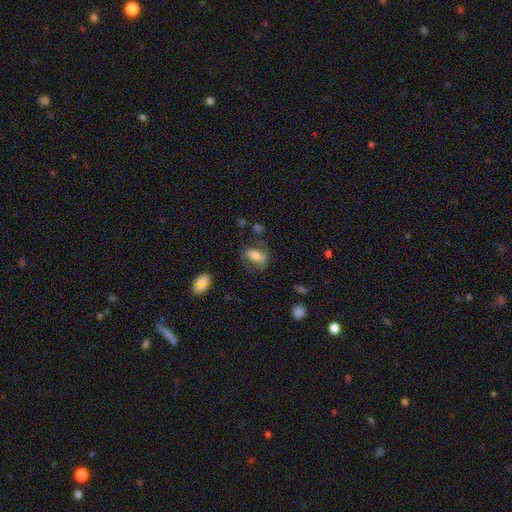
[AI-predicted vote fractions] Smooth or featured: smooth — 58% (featured or disk — 33%)
How rounded: in between — 78% (round — 12%)
Merging: none — 63% (minor disturbance — 20%)